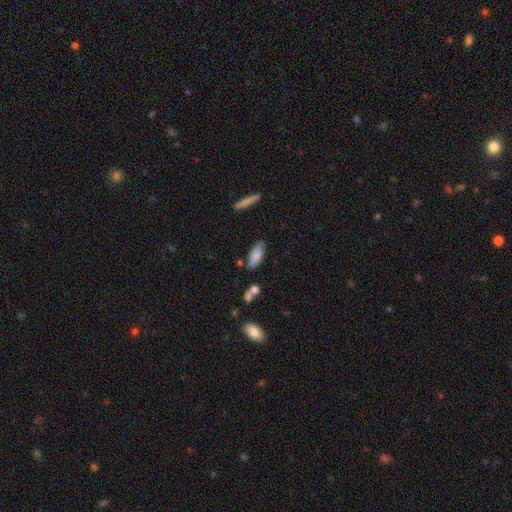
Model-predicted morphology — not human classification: type=smooth (85%); roundness=in between (77%); merging=none (77%).